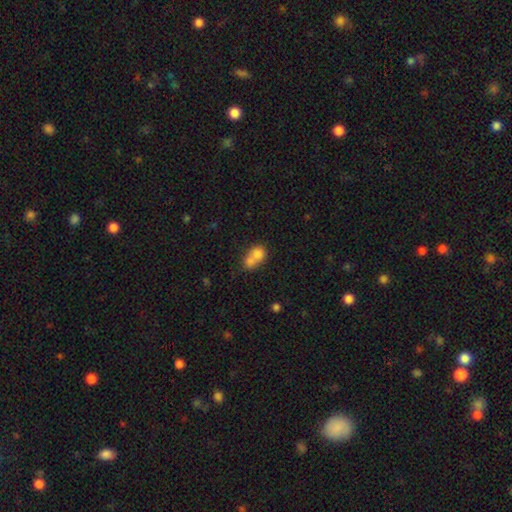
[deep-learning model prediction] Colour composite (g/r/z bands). It shows a smooth galaxy with no disk features (75%) that is round (59%). Merging: merger (68%).